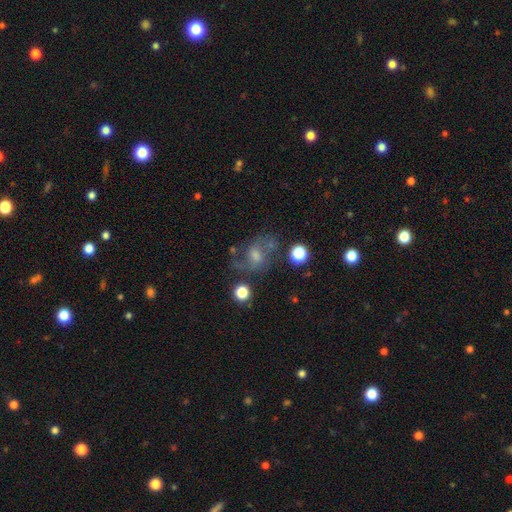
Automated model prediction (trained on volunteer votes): Smooth or featured? Predicted: featured or disk (p=0.51). Edge-on disk? Predicted: no (p=0.96). Merging? Predicted: none (p=0.57).